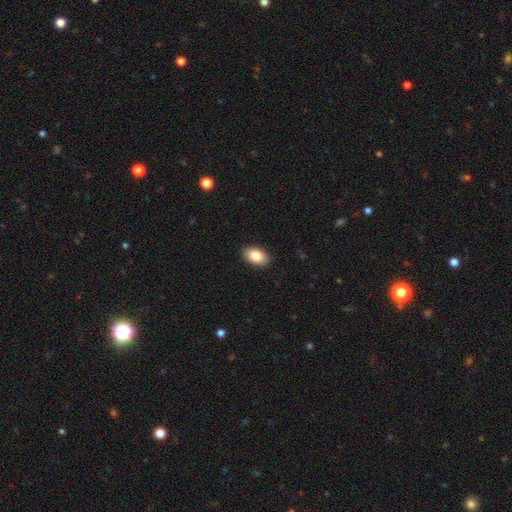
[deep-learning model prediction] smooth-or-featured: smooth: 86% | star or artifact: 7% | featured or disk: 7%
  how-rounded: in between: 91% | round: 7% | cigar-shaped: 1%
  merging: none: 90% | minor disturbance: 8% | major disturbance: 2% | merger: 1%